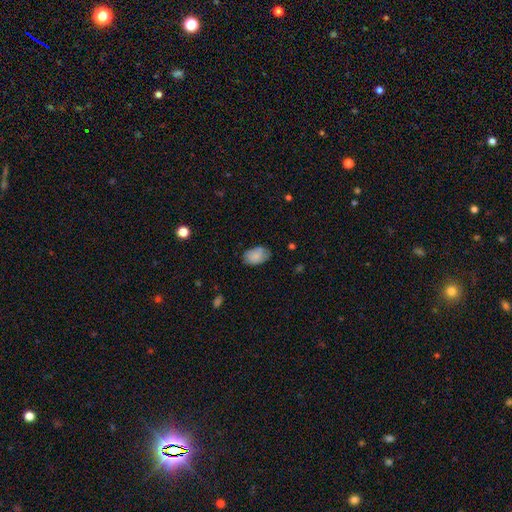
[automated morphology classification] Q: Smooth or featured?
A: smooth (84%); runner-up: featured or disk (9%)
Q: How rounded?
A: in between (89%); runner-up: round (10%)
Q: Merging?
A: none (74%); runner-up: minor disturbance (21%)